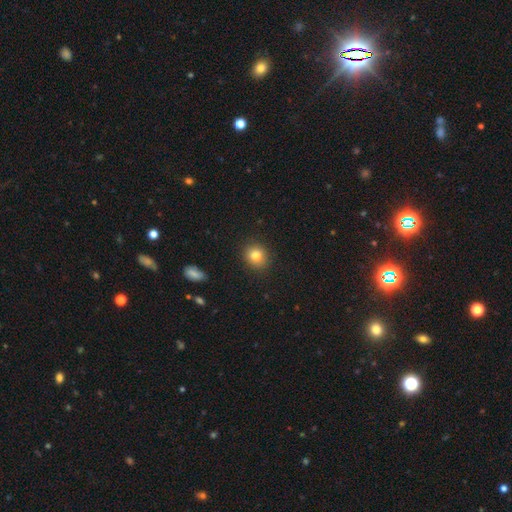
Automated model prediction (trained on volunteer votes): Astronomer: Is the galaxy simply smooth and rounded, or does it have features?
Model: smooth — 82%.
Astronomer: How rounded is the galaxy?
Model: round — 81%.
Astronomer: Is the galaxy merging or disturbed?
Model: none — 89%.